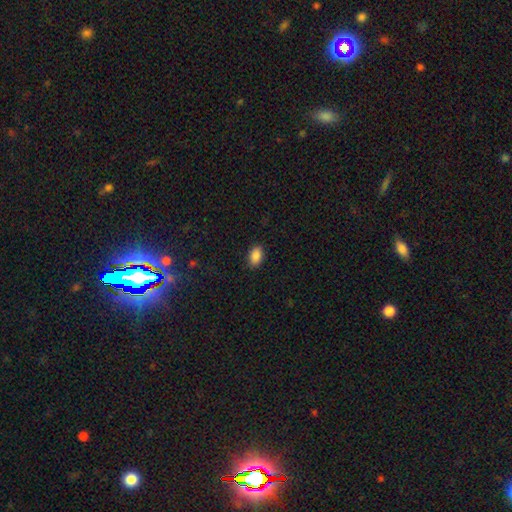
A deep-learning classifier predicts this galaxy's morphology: A smooth galaxy with no disk features (89%) that is in between round and cigar-shaped (90%).

Vote fractions:
- Smooth or featured? smooth: 89% / star or artifact: 8% / featured or disk: 3%
- How rounded? in between: 90% / round: 9% / cigar-shaped: 2%
- Merging? none: 88% / minor disturbance: 9% / major disturbance: 2% / merger: 1%